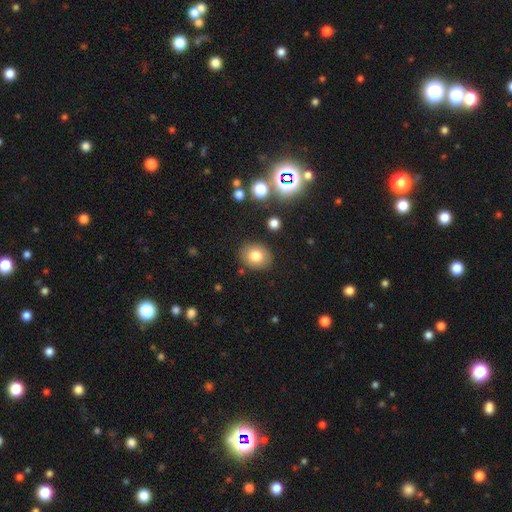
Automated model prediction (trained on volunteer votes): Q: Smooth or featured?
A: smooth (77%); runner-up: featured or disk (12%)
Q: How rounded?
A: round (54%); runner-up: in between (45%)
Q: Merging?
A: none (86%); runner-up: minor disturbance (9%)